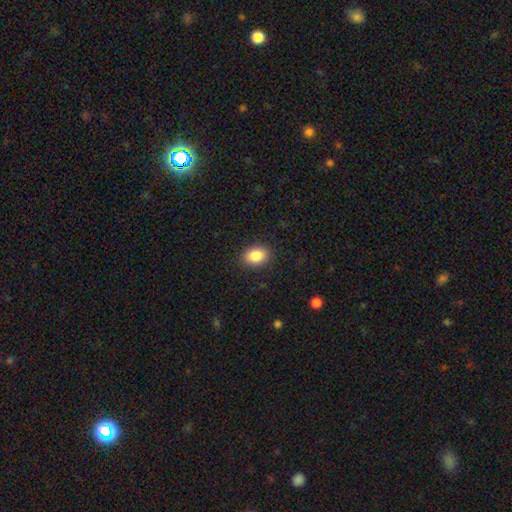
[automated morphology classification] Q: Smooth or featured?
A: smooth (86%); runner-up: star or artifact (9%)
Q: How rounded?
A: in between (70%); runner-up: round (28%)
Q: Merging?
A: none (89%); runner-up: minor disturbance (8%)